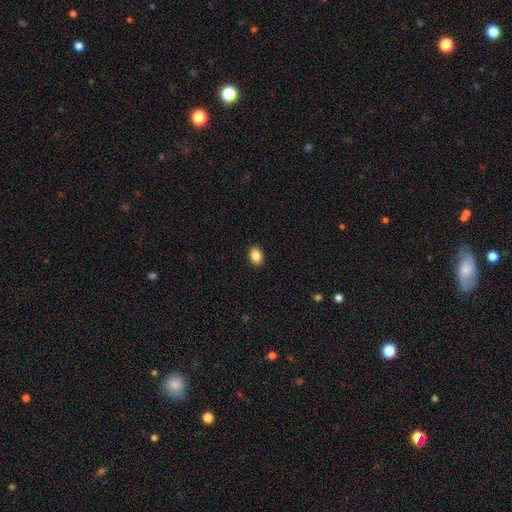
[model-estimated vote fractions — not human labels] This appears to be a smooth galaxy with no disk features (86%) that is in between round and cigar-shaped (82%). Merging: none (91%).